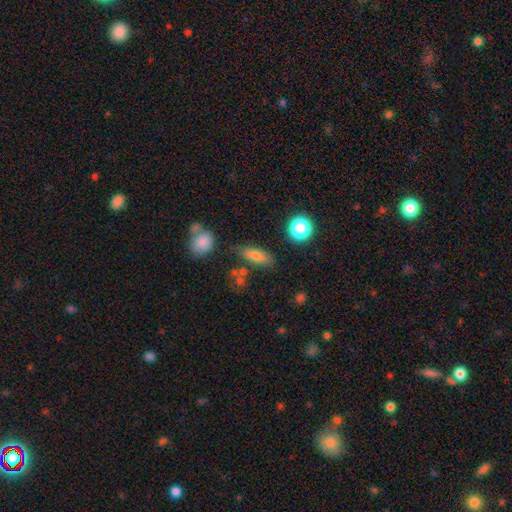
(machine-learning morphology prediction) type=smooth (68%); roundness=in between (57%); merging=none (73%).